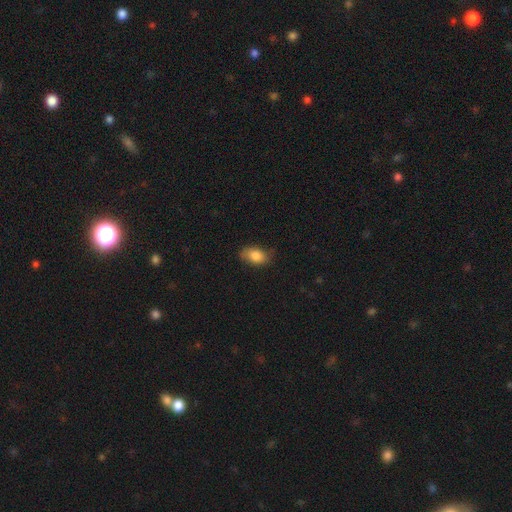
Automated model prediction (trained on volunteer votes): smooth_or_featured: smooth (p=0.83) [alt: featured or disk p=0.10]
how_rounded: in between (p=0.88) [alt: round p=0.10]
merging: none (p=0.73) [alt: minor disturbance p=0.21]